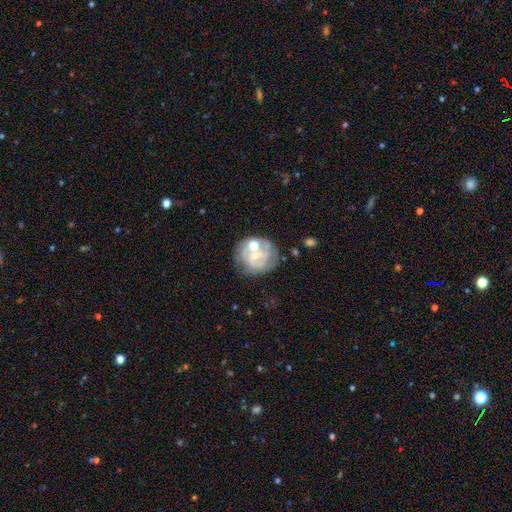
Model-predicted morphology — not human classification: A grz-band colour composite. It shows a featured or disk galaxy (70%) with no bar (63%), 2 (39%) tight (56%) spiral arms (73%) and a moderate central bulge (53%). Merging: none (53%).